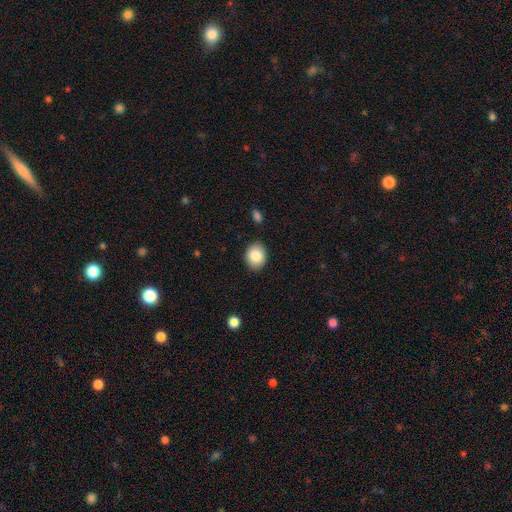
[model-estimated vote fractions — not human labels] Smooth or featured?
  - smooth: 85% *
  - star or artifact: 8%
  - featured or disk: 7%
How rounded?
  - round: 52% *
  - in between: 47%
  - cigar-shaped: 1%
Merging?
  - none: 87% *
  - minor disturbance: 10%
  - major disturbance: 2%
  - merger: 2%